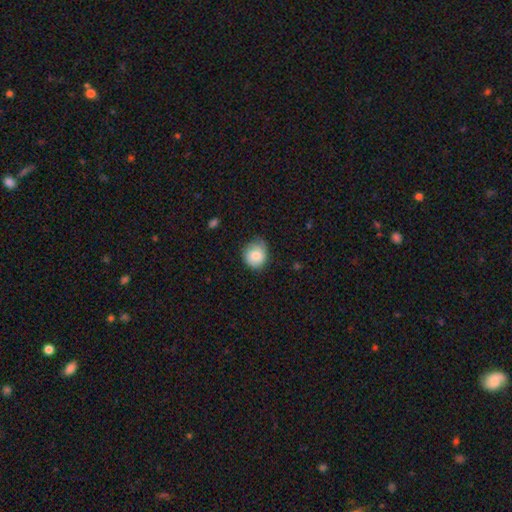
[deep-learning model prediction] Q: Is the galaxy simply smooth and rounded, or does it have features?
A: smooth — 76%.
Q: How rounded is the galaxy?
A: round — 74%.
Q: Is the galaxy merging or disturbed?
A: none — 58%.